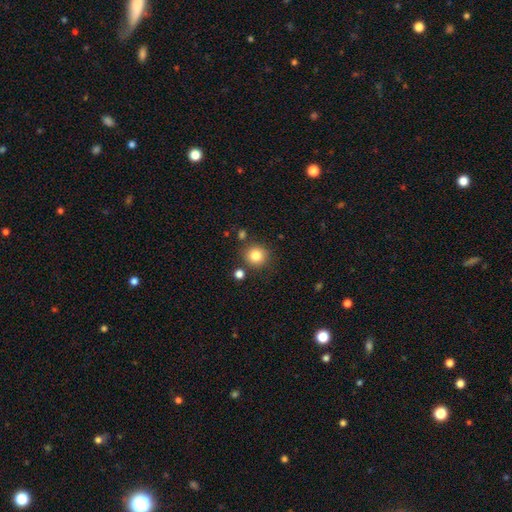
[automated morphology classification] Q: Smooth or featured?
A: smooth (83%); runner-up: star or artifact (11%)
Q: How rounded?
A: round (92%); runner-up: in between (7%)
Q: Merging?
A: none (82%); runner-up: minor disturbance (9%)